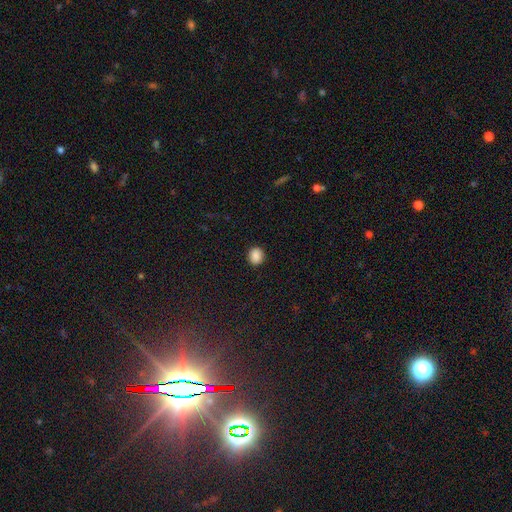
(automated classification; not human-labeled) smooth-or-featured: smooth: 87% | star or artifact: 9% | featured or disk: 3%
  how-rounded: round: 74% | in between: 25% | cigar-shaped: 1%
  merging: none: 89% | minor disturbance: 7% | major disturbance: 2% | merger: 1%